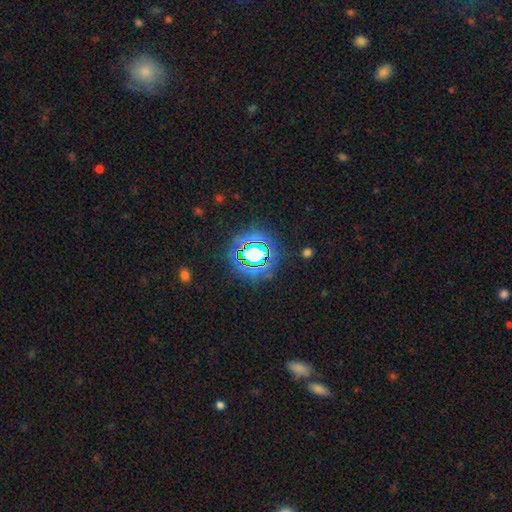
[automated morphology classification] type=star or artifact (67%).